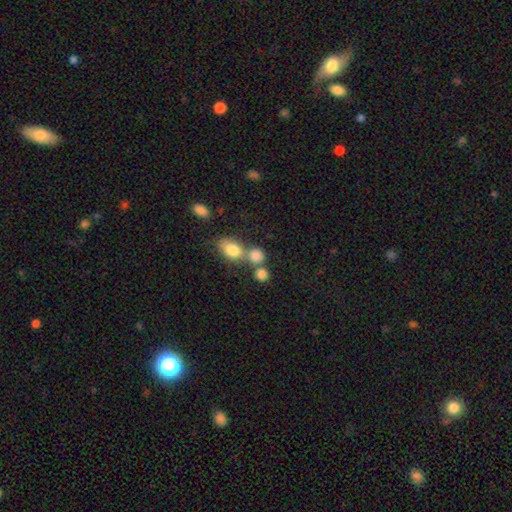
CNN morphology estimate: type=smooth (81%); roundness=round (70%); merging=none (45%).